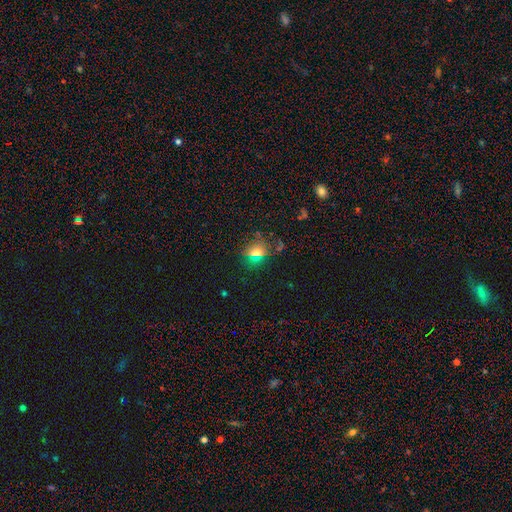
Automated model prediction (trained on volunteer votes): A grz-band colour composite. It shows a smooth galaxy with no disk features (62%) that is round (65%). Merging: none (81%).